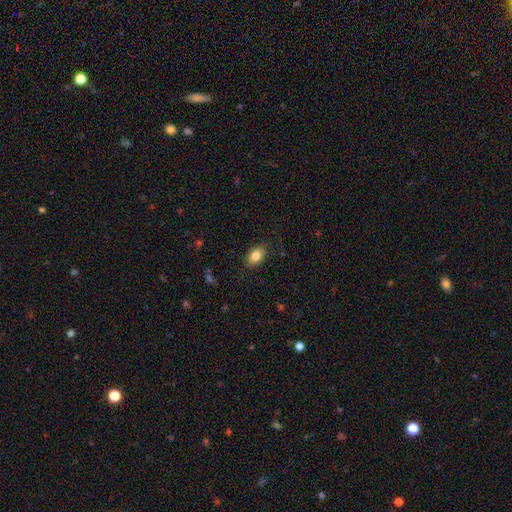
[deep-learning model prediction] Smooth or featured?
  - smooth: 84% *
  - star or artifact: 9%
  - featured or disk: 7%
How rounded?
  - in between: 79% *
  - round: 19%
  - cigar-shaped: 1%
Merging?
  - none: 85% *
  - minor disturbance: 11%
  - major disturbance: 3%
  - merger: 1%